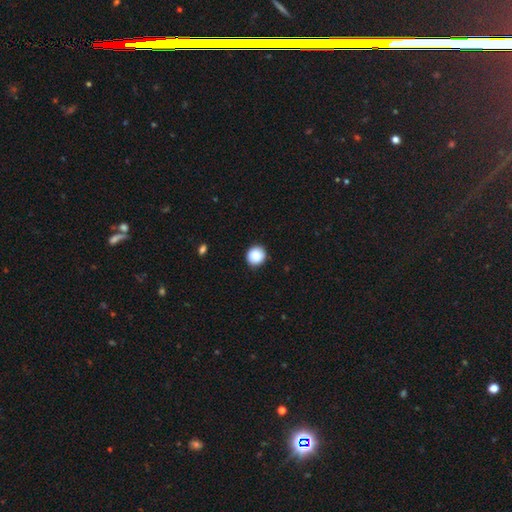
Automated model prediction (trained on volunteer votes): The model was most divided on "smooth or featured": smooth: 88%, star or artifact: 8%, featured or disk: 4%. More confident: how rounded — round (91%); merging — none (90%).